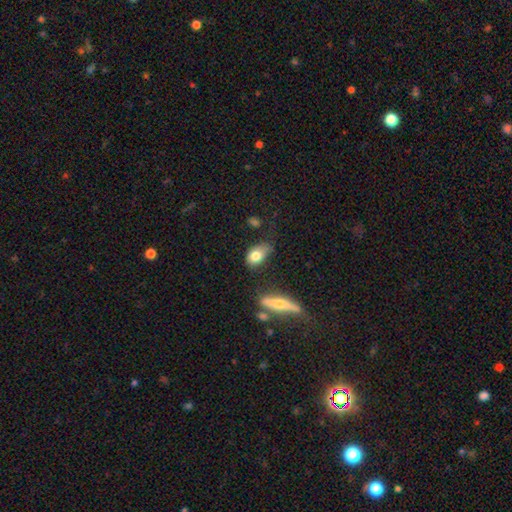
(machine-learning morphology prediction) This appears to be a smooth galaxy with no disk features (76%) that is in between round and cigar-shaped (84%). Merging: none (45%).